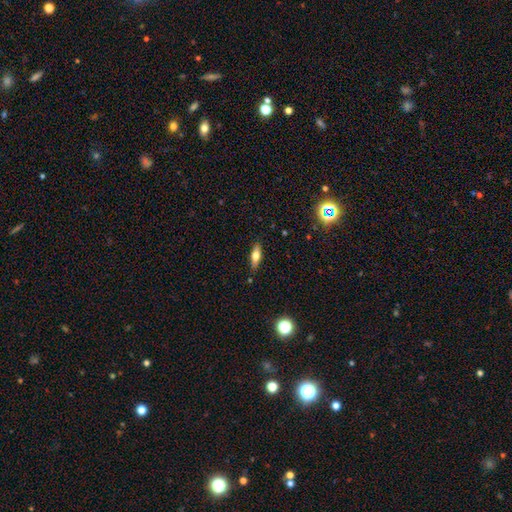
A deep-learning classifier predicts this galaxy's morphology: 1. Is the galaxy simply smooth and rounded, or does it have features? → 58% smooth, 34% featured or disk, 8% star or artifact.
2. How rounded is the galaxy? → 50% in between, 47% cigar-shaped, 3% round.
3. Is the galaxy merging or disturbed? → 85% none, 11% minor disturbance, 2% major disturbance, 2% merger.